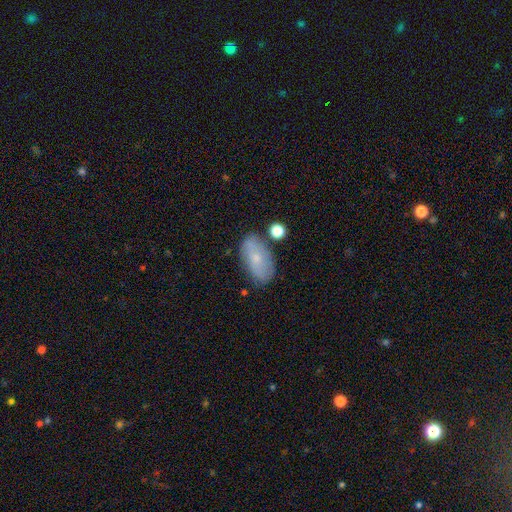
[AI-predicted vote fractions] smooth_or_featured: smooth (p=0.65) [alt: featured or disk p=0.27]
how_rounded: in between (p=0.92) [alt: round p=0.05]
merging: none (p=0.71) [alt: minor disturbance p=0.18]